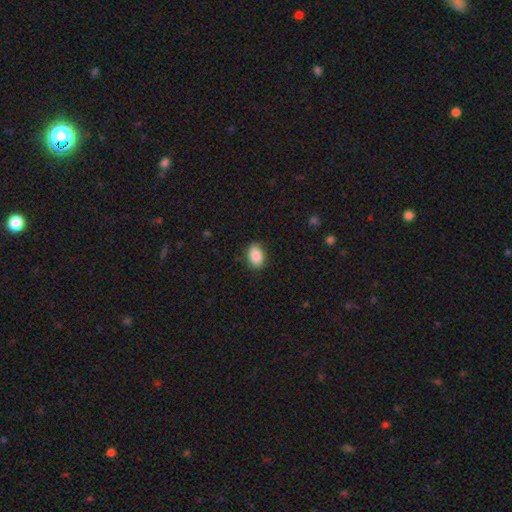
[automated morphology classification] Overall: smooth (87%). How rounded: in between (88%). Merging: none (85%).